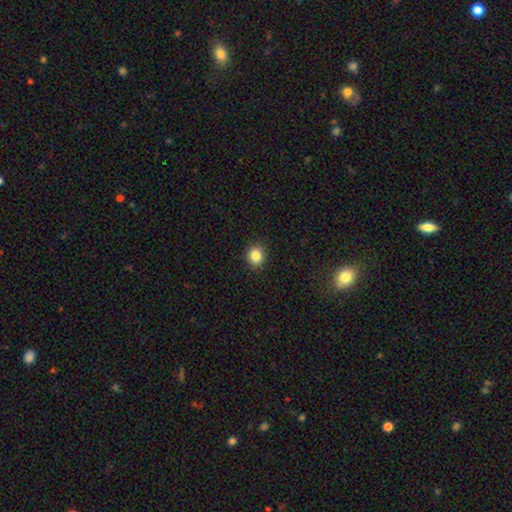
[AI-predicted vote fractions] Q: Smooth or featured?
A: smooth (85%); runner-up: star or artifact (10%)
Q: How rounded?
A: round (76%); runner-up: in between (24%)
Q: Merging?
A: none (90%); runner-up: minor disturbance (7%)